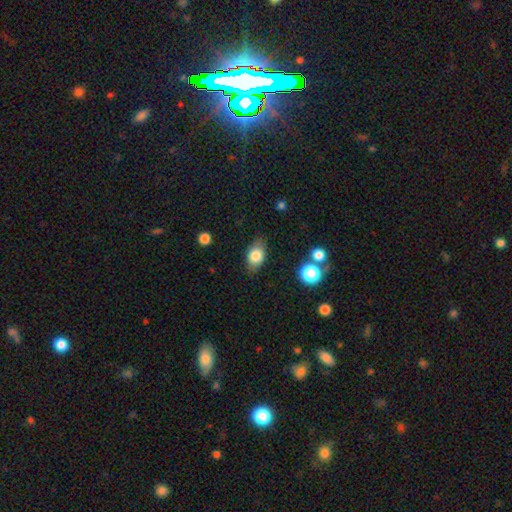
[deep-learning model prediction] Smooth or featured?
  - smooth: 79% *
  - featured or disk: 13%
  - star or artifact: 8%
How rounded?
  - in between: 86% *
  - round: 12%
  - cigar-shaped: 2%
Merging?
  - none: 81% *
  - minor disturbance: 13%
  - major disturbance: 3%
  - merger: 2%